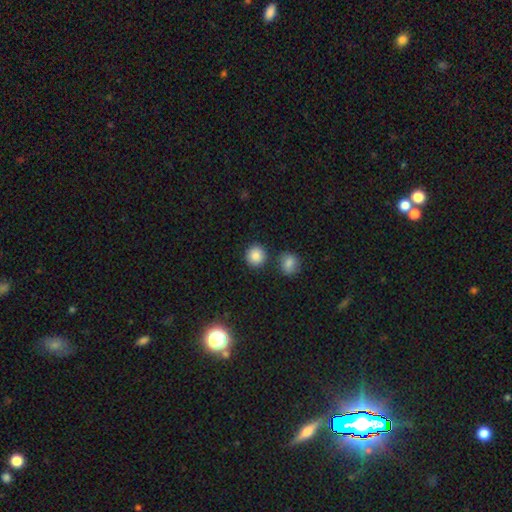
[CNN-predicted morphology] type=smooth (87%); roundness=round (90%); merging=none (82%).